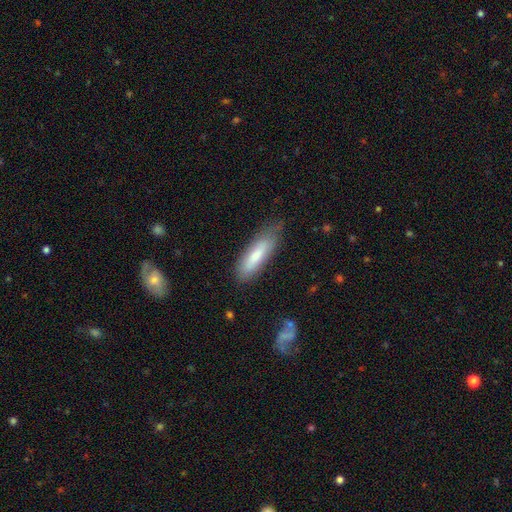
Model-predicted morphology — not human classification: Overall: smooth (73%). How rounded: cigar-shaped (57%; in between 42%). Merging: none (73%).